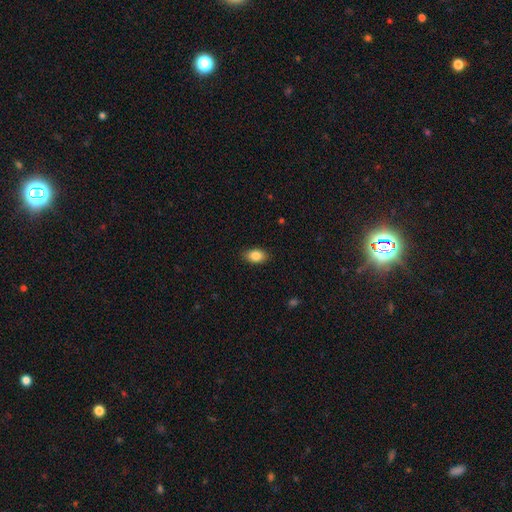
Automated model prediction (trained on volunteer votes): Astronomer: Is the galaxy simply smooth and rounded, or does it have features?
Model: smooth — 87%.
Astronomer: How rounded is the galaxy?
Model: in between — 87%.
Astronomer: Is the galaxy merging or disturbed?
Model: none — 88%.